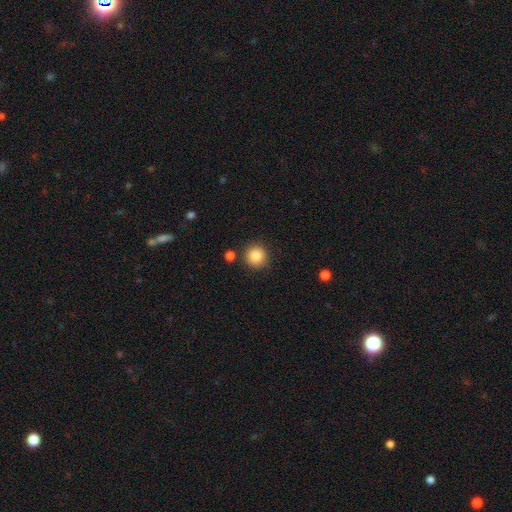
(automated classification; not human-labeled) A smooth galaxy with no disk features (86%) that is round (93%).

Vote fractions:
- Smooth or featured? smooth: 86% / star or artifact: 9% / featured or disk: 4%
- How rounded? round: 93% / in between: 6% / cigar-shaped: 1%
- Merging? none: 86% / minor disturbance: 8% / merger: 4% / major disturbance: 2%